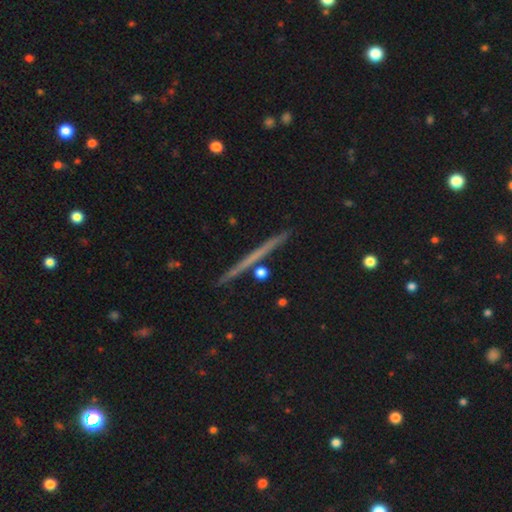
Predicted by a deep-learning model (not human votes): smooth-or-featured: featured or disk: 57% | smooth: 36% | star or artifact: 7%
  disk-edge-on: yes: 98% | no: 2%
    edge-on-bulge: none: 89% | rounded: 8% | boxy: 3%
  merging: none: 91% | minor disturbance: 6% | merger: 2% | major disturbance: 1%